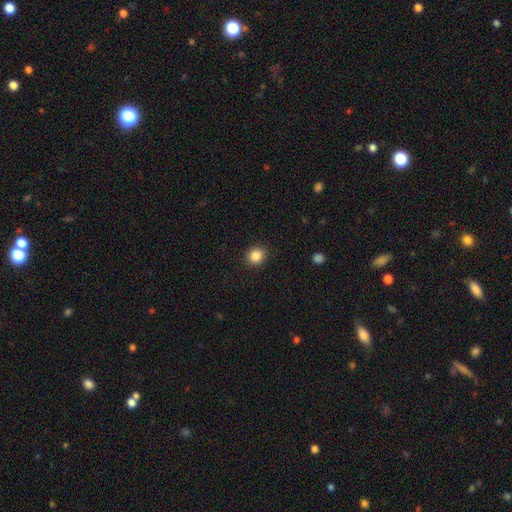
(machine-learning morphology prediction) Q: Smooth or featured?
A: smooth (86%); runner-up: star or artifact (10%)
Q: How rounded?
A: round (82%); runner-up: in between (17%)
Q: Merging?
A: none (91%); runner-up: minor disturbance (6%)